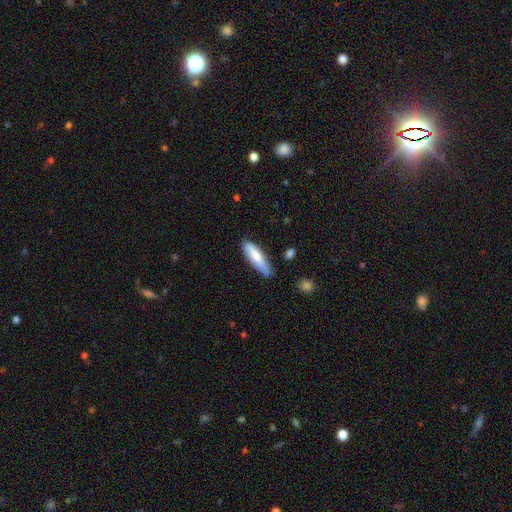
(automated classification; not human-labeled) Overall: smooth (76%). How rounded: cigar-shaped (66%; in between 33%). Merging: none (74%).